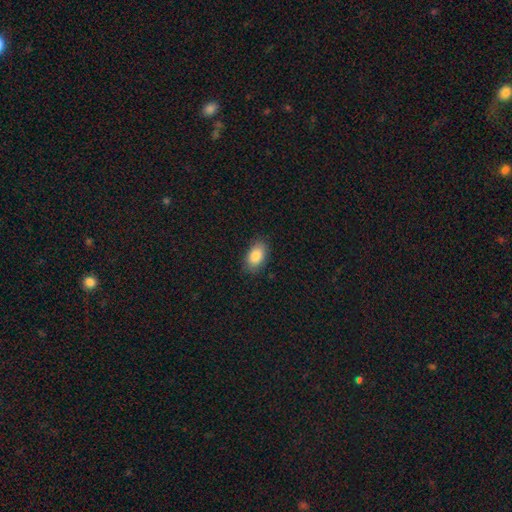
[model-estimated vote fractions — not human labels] Morphology: type=smooth (86%); roundness=in between (91%); merging=none (85%).